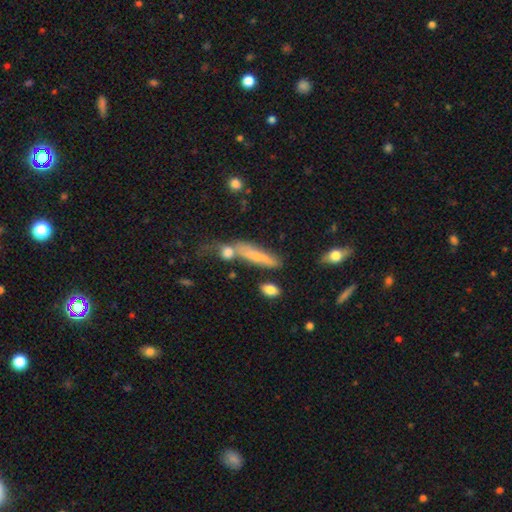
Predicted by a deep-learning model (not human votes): smooth-or-featured: smooth: 59% | featured or disk: 31% | star or artifact: 10%
  how-rounded: cigar-shaped: 76% | in between: 19% | round: 4%
  merging: none: 51% | merger: 21% | minor disturbance: 18% | major disturbance: 10%